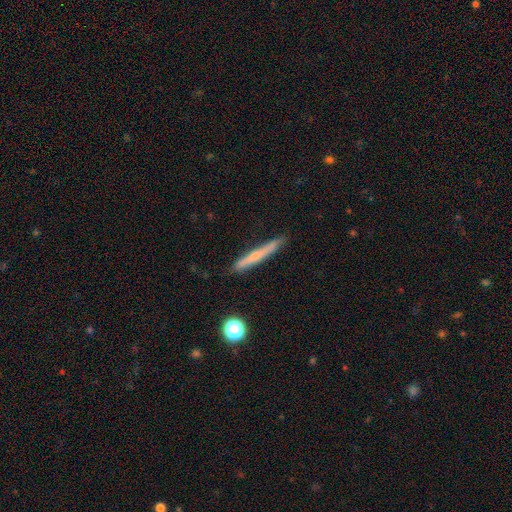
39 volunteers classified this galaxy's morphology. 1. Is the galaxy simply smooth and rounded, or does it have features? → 62% featured or disk, 33% smooth, 5% star or artifact.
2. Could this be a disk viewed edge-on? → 100% yes, 0% no.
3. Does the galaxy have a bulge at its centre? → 62% rounded, 33% none, 4% boxy.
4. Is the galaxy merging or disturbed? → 81% none, 16% minor disturbance, 3% major disturbance, 0% merger.